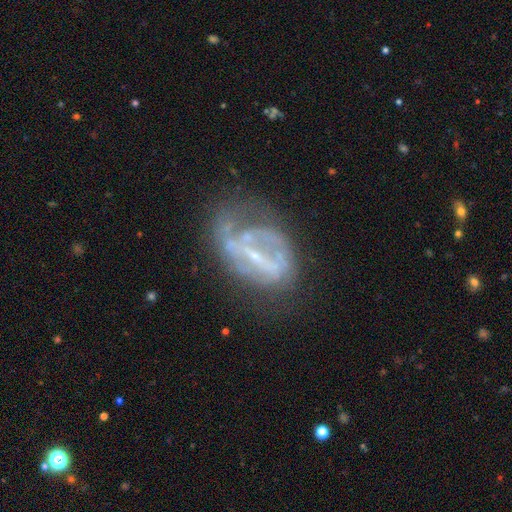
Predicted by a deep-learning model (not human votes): featured or disk 76%, smooth 15%, star or artifact 9%. Down the decision tree: edge-on disk — no (95%); bar — strong (41%); spiral arms — yes (54%); bulge size — small (68%); merging — major disturbance (35%).